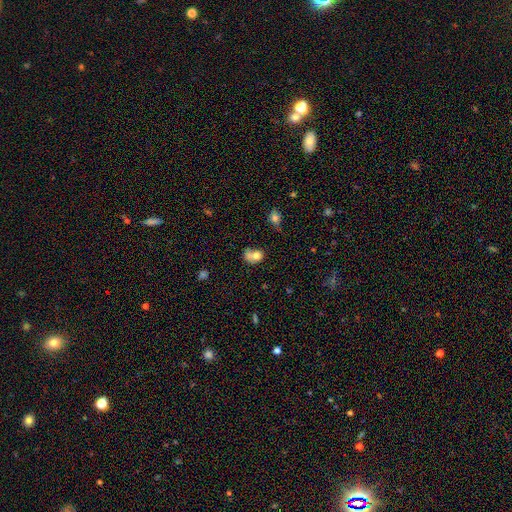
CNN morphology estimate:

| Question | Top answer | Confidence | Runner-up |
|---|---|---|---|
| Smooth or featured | smooth | 72% | featured or disk (17%) |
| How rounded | in between | 54% | round (44%) |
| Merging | merger | 37% | none (27%) |